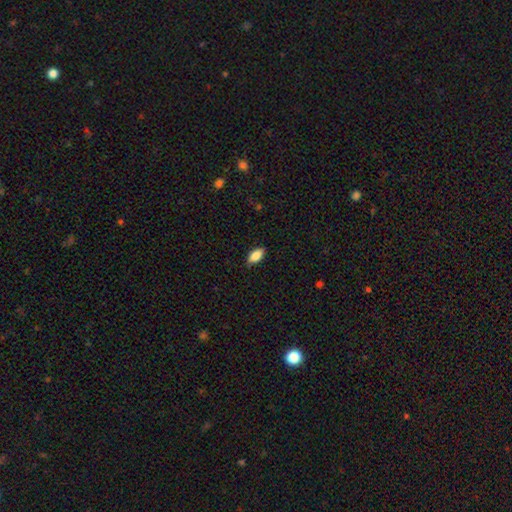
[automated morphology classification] The model was most divided on "merging": none: 86%, minor disturbance: 11%, major disturbance: 2%, merger: 1%. More confident: how rounded — in between (90%); smooth or featured — smooth (86%).